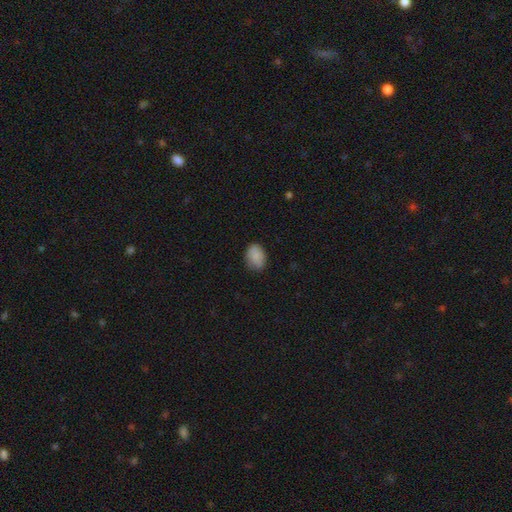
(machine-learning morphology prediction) smooth_or_featured: smooth (p=0.85) [alt: featured or disk p=0.08]
how_rounded: in between (p=0.72) [alt: round p=0.27]
merging: none (p=0.74) [alt: minor disturbance p=0.21]